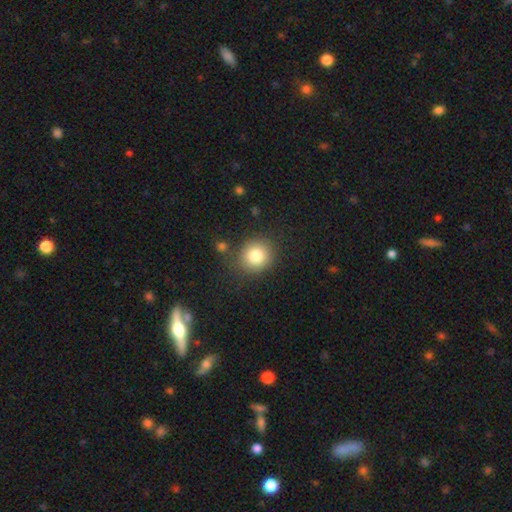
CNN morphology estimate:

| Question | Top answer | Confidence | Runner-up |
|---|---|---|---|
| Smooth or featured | smooth | 81% | star or artifact (11%) |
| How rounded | round | 86% | in between (14%) |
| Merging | none | 82% | minor disturbance (10%) |